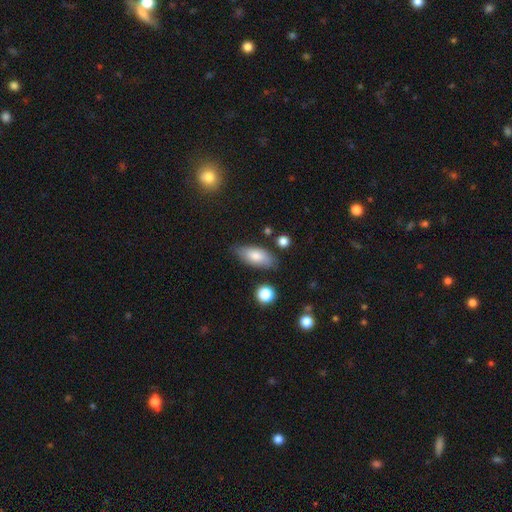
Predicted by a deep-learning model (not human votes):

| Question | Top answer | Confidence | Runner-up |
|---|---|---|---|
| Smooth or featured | smooth | 78% | featured or disk (16%) |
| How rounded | in between | 85% | cigar-shaped (12%) |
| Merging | none | 76% | minor disturbance (17%) |